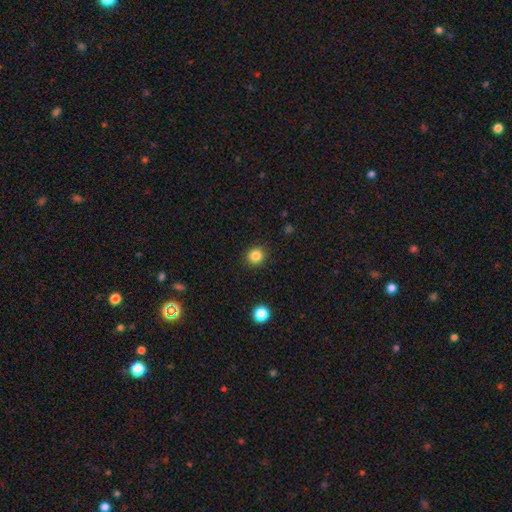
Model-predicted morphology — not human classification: A smooth galaxy with no disk features (85%) that is round (90%). Merging: none (91%).